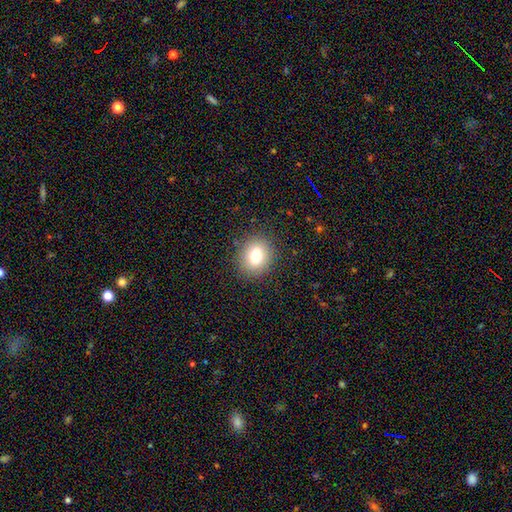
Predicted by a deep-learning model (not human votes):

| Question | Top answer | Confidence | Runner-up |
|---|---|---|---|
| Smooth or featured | smooth | 77% | featured or disk (12%) |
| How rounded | round | 50% | in between (49%) |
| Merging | none | 87% | minor disturbance (9%) |